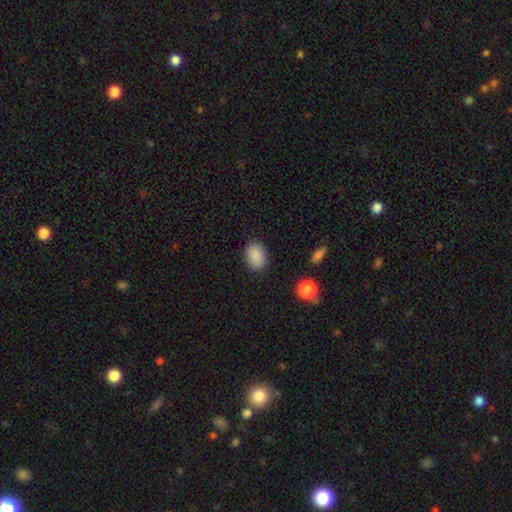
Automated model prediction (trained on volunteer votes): Q: Smooth or featured?
A: smooth (86%); runner-up: star or artifact (8%)
Q: How rounded?
A: in between (76%); runner-up: round (23%)
Q: Merging?
A: none (86%); runner-up: minor disturbance (10%)